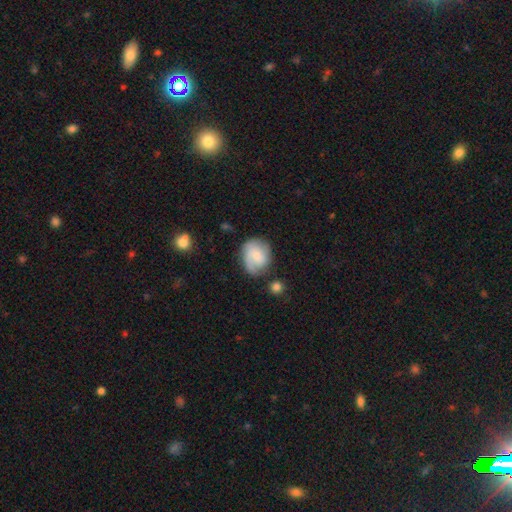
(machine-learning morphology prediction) Smooth or featured?
  - featured or disk: 49% *
  - smooth: 44%
  - star or artifact: 7%
Merging?
  - none: 60% *
  - minor disturbance: 24%
  - major disturbance: 11%
  - merger: 5%